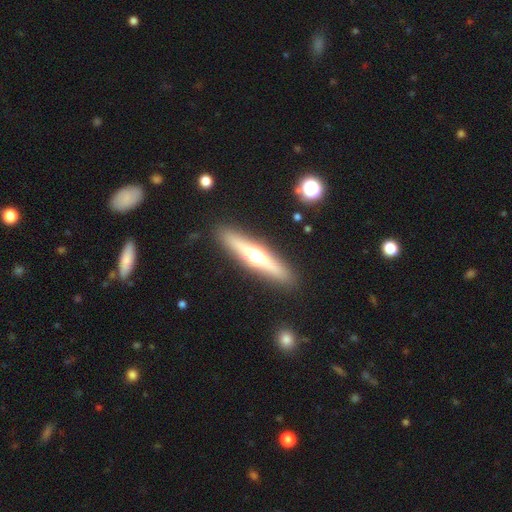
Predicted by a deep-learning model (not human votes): Smooth or featured: featured or disk — 62% (smooth — 31%)
Edge-on disk: yes — 95% (no — 5%)
Edge-on bulge: rounded — 94% (none — 3%)
Merging: none — 90% (minor disturbance — 6%)